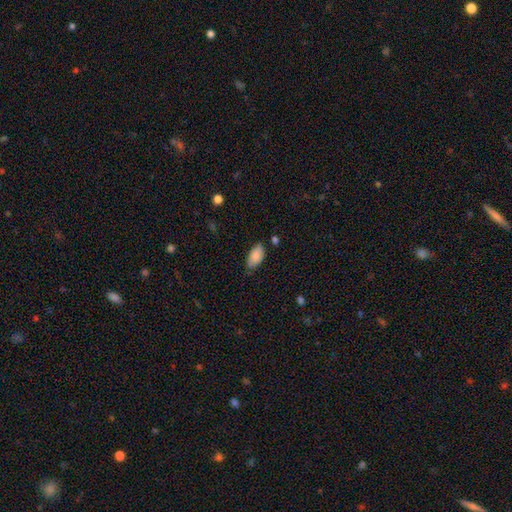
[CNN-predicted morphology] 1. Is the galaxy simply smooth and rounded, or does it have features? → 86% smooth, 8% featured or disk, 7% star or artifact.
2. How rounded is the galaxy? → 94% in between, 4% cigar-shaped, 3% round.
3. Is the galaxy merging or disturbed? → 71% none, 23% minor disturbance, 4% major disturbance, 2% merger.